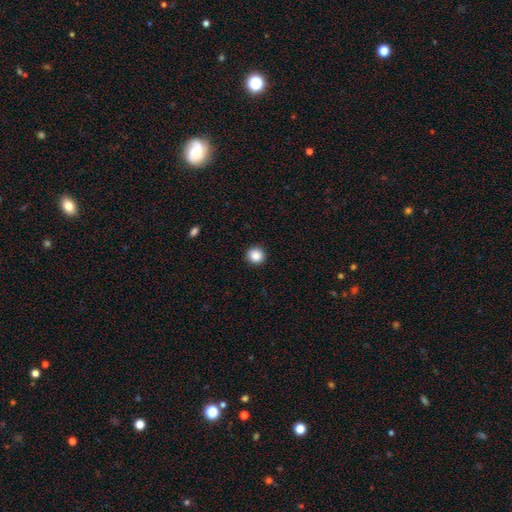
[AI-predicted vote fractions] A smooth galaxy with no disk features (88%) that is round (91%). Merging: none (92%).